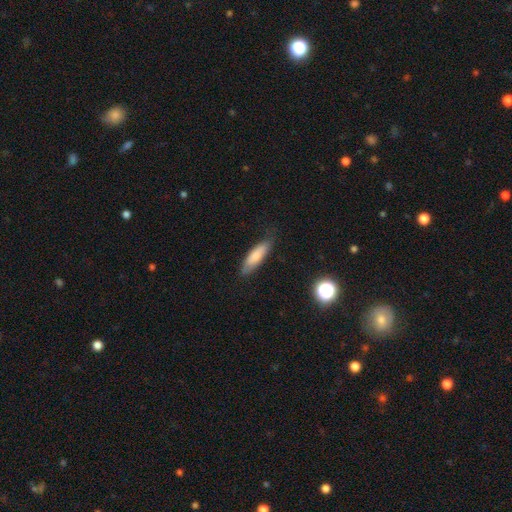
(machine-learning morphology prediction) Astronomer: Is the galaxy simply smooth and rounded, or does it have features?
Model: smooth — 79%.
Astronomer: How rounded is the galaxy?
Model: cigar-shaped — 54% (runner-up: in between, 44%).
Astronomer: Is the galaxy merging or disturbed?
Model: none — 77%.